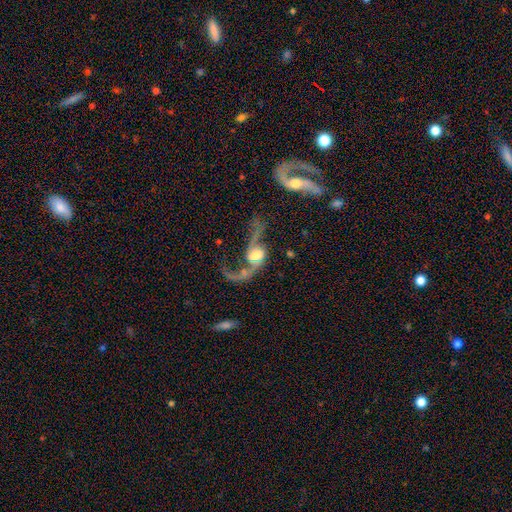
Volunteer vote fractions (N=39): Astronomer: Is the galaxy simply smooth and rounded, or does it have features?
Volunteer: featured or disk — 97%.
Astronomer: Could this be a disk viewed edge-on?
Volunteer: no — 100%.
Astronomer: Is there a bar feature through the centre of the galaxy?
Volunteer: no — 50% (runner-up: weak, 34%).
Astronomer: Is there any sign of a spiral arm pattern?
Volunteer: yes — 100%.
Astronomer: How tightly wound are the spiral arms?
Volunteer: loose — 84%.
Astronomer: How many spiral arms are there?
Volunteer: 2 — 92%.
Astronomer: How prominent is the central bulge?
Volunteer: moderate — 47% (runner-up: large, 32%).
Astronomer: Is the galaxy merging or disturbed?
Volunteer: merger — 41% (runner-up: major disturbance, 28%).